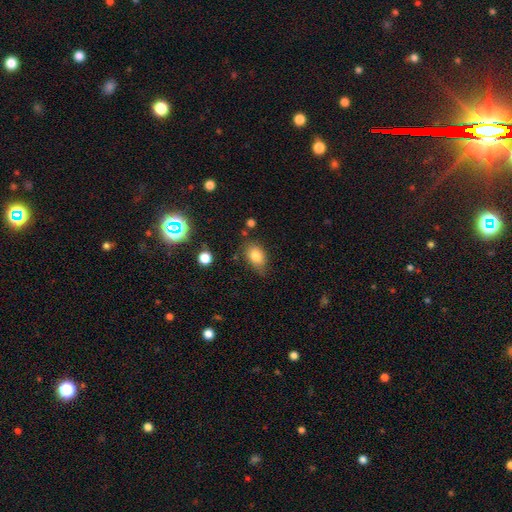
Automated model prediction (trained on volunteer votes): A smooth galaxy with no disk features (82%) that is in between round and cigar-shaped (80%). Merging: none (69%).